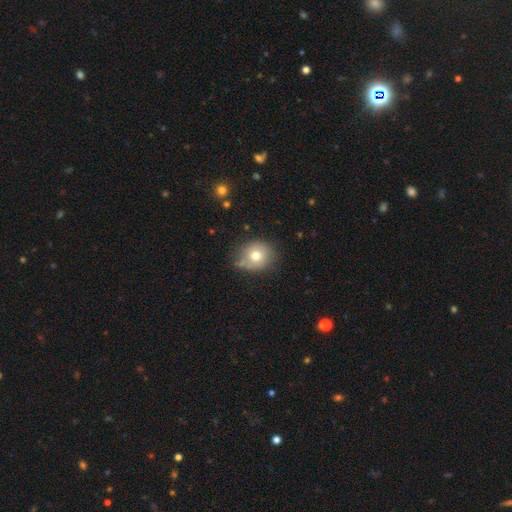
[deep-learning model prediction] Smooth or featured? Predicted: smooth (p=0.73). How rounded? Predicted: round (p=0.80). Merging? Predicted: none (p=0.70).